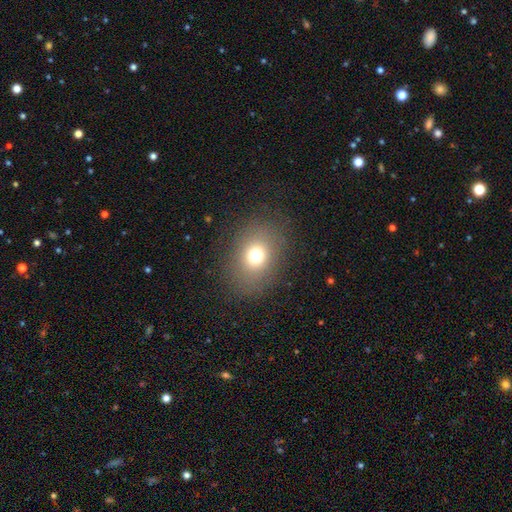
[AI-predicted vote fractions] A smooth galaxy with no disk features (72%) that is in between round and cigar-shaped (52%). Merging: none (84%).